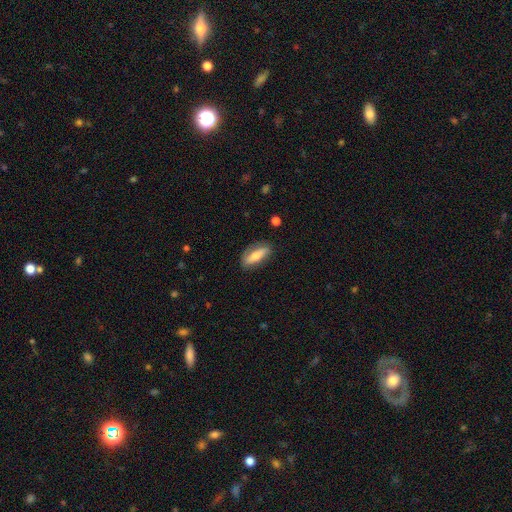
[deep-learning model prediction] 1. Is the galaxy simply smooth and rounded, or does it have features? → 61% smooth, 33% featured or disk, 7% star or artifact.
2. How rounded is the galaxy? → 64% in between, 33% cigar-shaped, 3% round.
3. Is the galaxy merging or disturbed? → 80% none, 15% minor disturbance, 3% major disturbance, 1% merger.